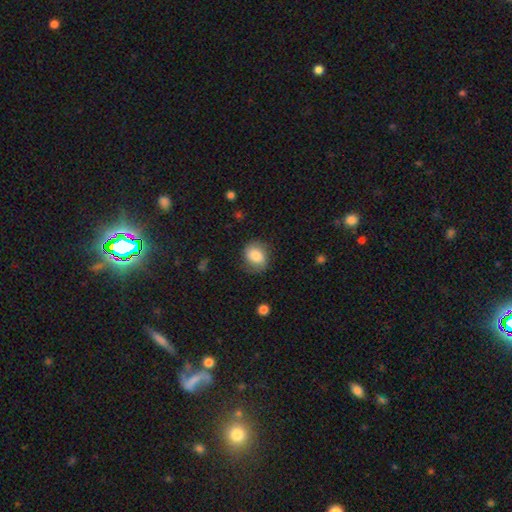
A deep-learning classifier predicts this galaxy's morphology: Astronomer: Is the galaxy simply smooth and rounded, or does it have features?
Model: smooth — 69%.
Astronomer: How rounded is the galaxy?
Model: round — 57% (runner-up: in between, 42%).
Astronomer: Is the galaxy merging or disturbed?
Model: none — 73%.